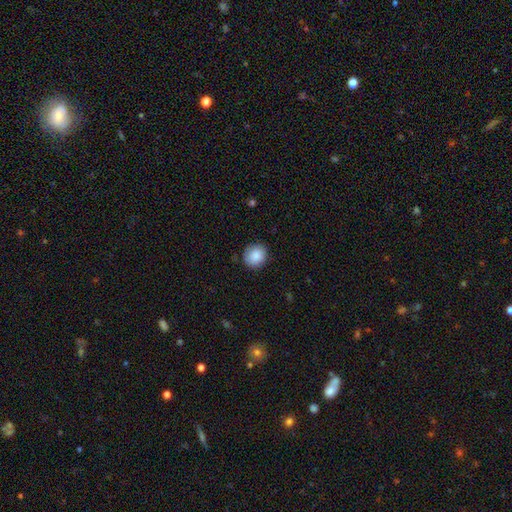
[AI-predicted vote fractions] smooth-or-featured: smooth: 88% | star or artifact: 8% | featured or disk: 4%
  how-rounded: round: 82% | in between: 17% | cigar-shaped: 1%
  merging: none: 86% | minor disturbance: 11% | major disturbance: 2% | merger: 1%